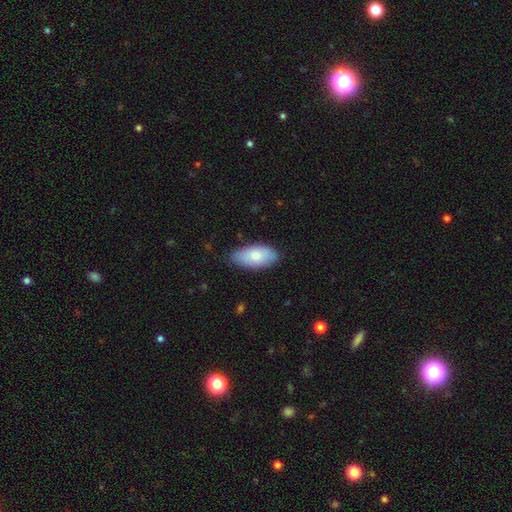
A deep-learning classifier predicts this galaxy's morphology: This appears to be a smooth galaxy with no disk features (77%) that is in between round and cigar-shaped (93%). Merging: none (79%).